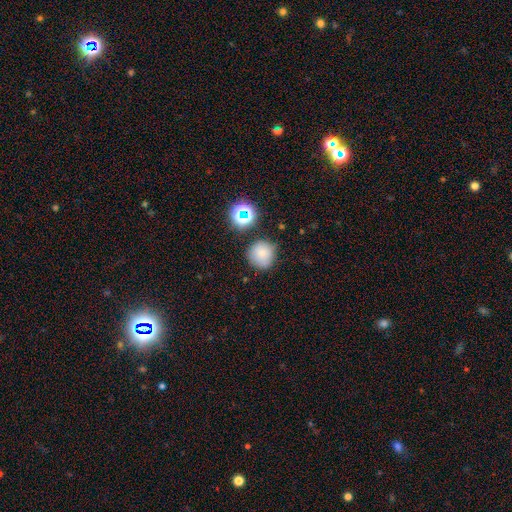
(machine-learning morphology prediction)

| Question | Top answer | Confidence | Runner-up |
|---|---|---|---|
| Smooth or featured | smooth | 77% | star or artifact (15%) |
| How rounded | round | 92% | in between (7%) |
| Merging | none | 77% | minor disturbance (14%) |